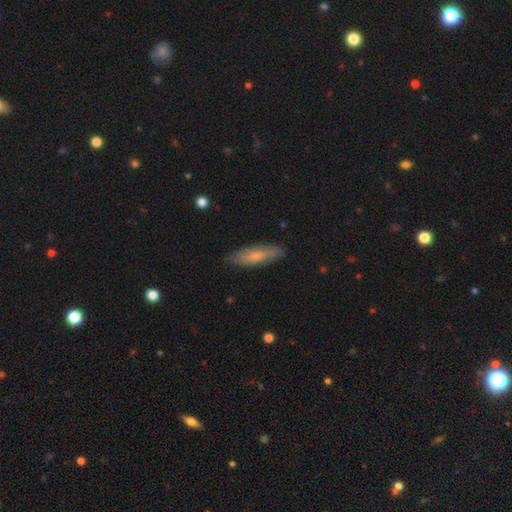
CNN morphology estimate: Smooth or featured? Predicted: smooth (p=0.68). How rounded? Predicted: cigar-shaped (p=0.61). Merging? Predicted: none (p=0.83).